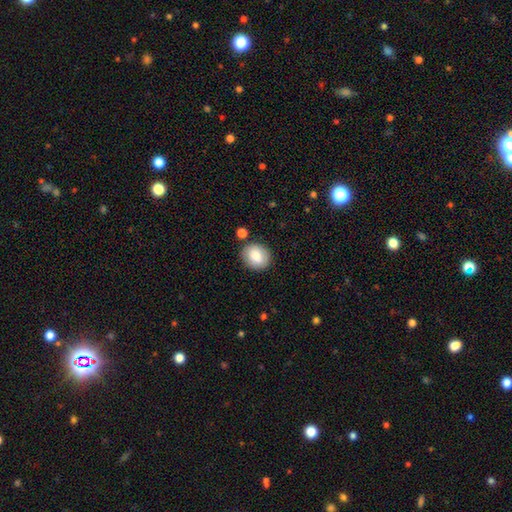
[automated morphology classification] Overall: smooth (83%). How rounded: round (61%; in between 38%). Merging: none (80%).